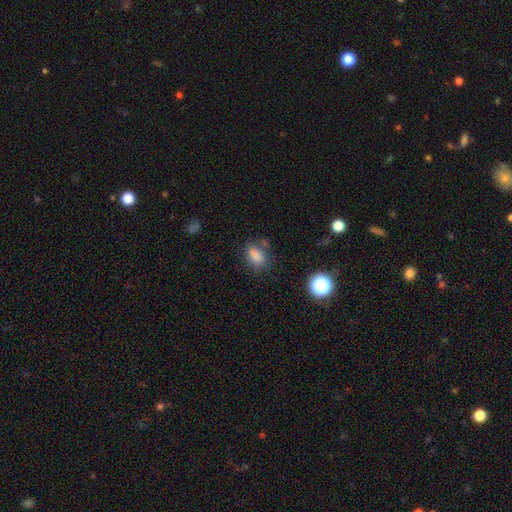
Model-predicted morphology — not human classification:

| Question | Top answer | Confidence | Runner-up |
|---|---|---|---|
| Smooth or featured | smooth | 82% | star or artifact (12%) |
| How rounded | in between | 80% | round (18%) |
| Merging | none | 67% | minor disturbance (19%) |